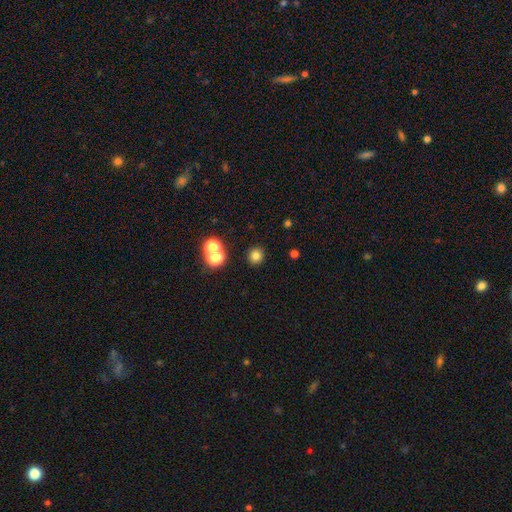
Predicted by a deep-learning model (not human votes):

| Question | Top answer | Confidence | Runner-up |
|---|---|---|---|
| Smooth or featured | smooth | 78% | star or artifact (16%) |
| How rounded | round | 91% | in between (8%) |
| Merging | none | 85% | merger (7%) |